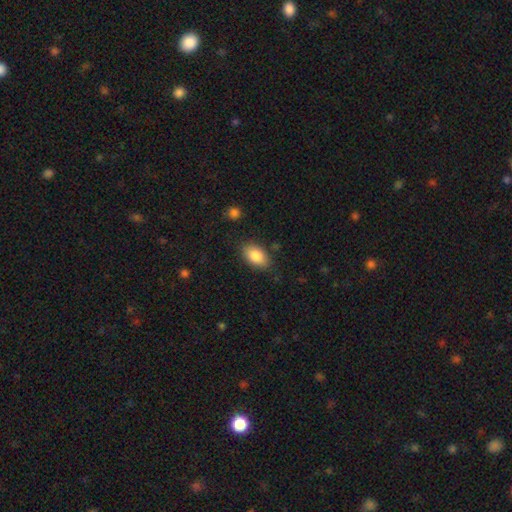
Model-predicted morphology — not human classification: A smooth galaxy with no disk features (84%) that is in between round and cigar-shaped (91%).

Vote fractions:
- Smooth or featured? smooth: 84% / featured or disk: 8% / star or artifact: 7%
- How rounded? in between: 91% / round: 7% / cigar-shaped: 2%
- Merging? none: 83% / minor disturbance: 12% / major disturbance: 3% / merger: 2%